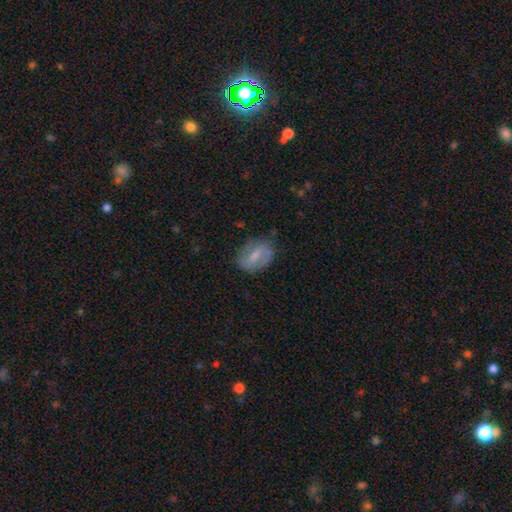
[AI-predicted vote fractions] Smooth or featured: smooth — 48% (featured or disk — 45%)
Merging: none — 72% (minor disturbance — 20%)